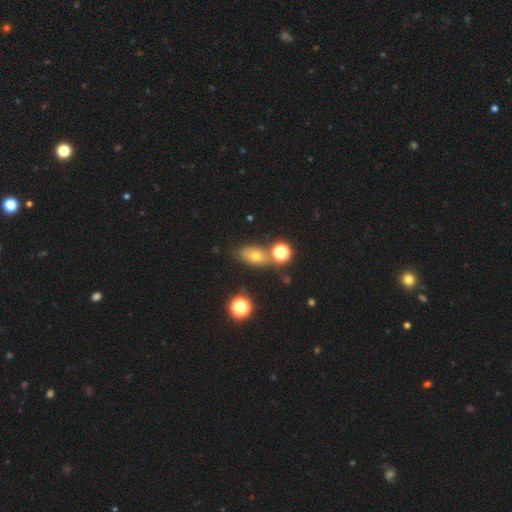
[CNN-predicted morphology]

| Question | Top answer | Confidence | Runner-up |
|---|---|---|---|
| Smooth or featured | smooth | 63% | star or artifact (20%) |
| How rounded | in between | 73% | round (23%) |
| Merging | none | 67% | merger (15%) |